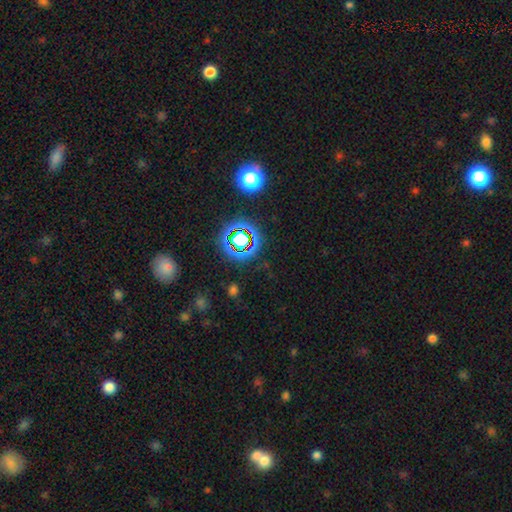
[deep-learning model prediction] Overall: star or artifact (75%).